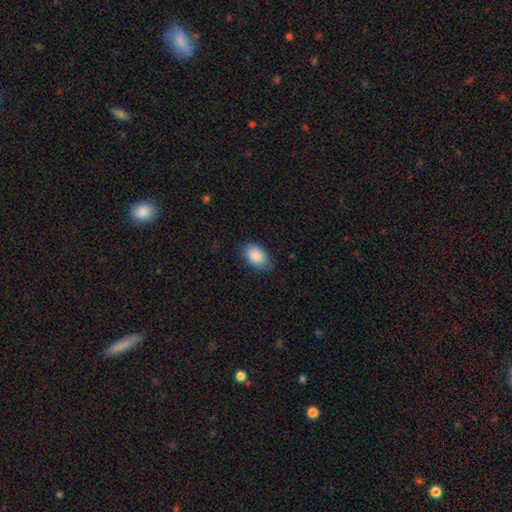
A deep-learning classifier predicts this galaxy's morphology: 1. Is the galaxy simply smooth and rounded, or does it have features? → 89% smooth, 6% star or artifact, 5% featured or disk.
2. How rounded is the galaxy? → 89% in between, 10% round, 1% cigar-shaped.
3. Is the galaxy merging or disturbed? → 76% none, 19% minor disturbance, 4% major disturbance, 1% merger.